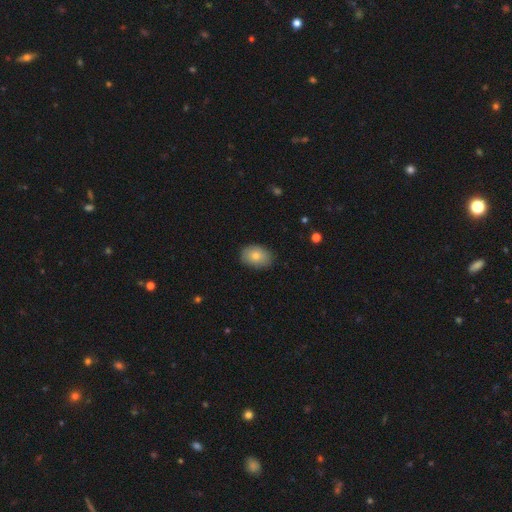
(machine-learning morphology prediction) smooth_or_featured: smooth (p=0.78) [alt: featured or disk p=0.14]
how_rounded: in between (p=0.79) [alt: round p=0.20]
merging: none (p=0.84) [alt: minor disturbance p=0.13]